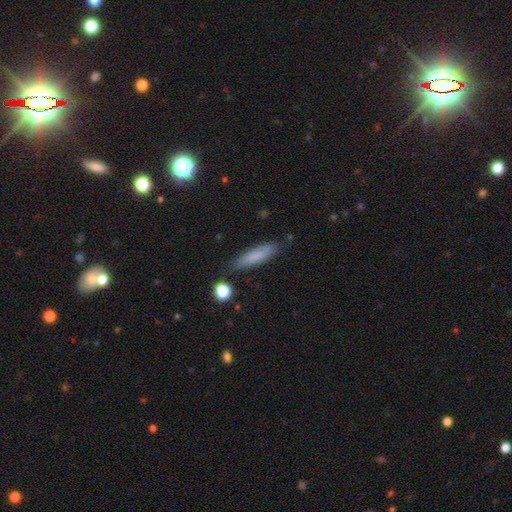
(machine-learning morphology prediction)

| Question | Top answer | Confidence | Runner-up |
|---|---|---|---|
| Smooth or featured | smooth | 76% | featured or disk (16%) |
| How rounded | cigar-shaped | 73% | in between (25%) |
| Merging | none | 79% | minor disturbance (15%) |